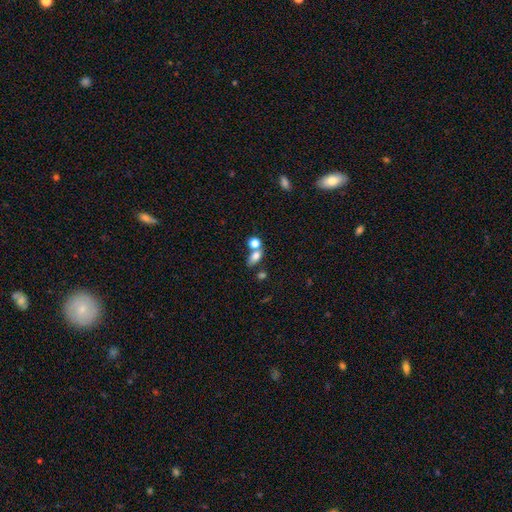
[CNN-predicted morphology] smooth_or_featured: smooth (p=0.75) [alt: featured or disk p=0.13]
how_rounded: in between (p=0.76) [alt: round p=0.19]
merging: none (p=0.45) [alt: merger p=0.39]